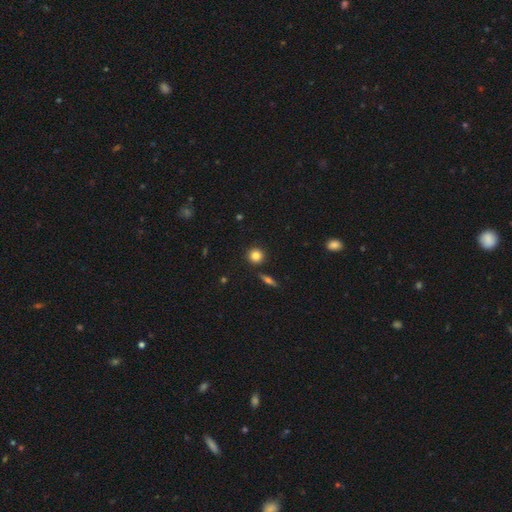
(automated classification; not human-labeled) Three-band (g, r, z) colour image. It shows a smooth galaxy with no disk features (83%) that is round (92%). Merging: none (87%).